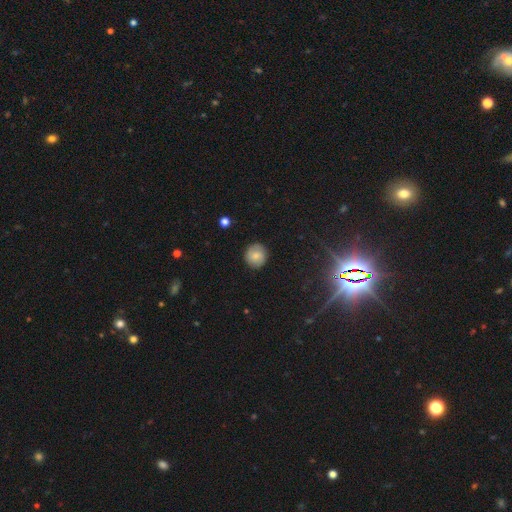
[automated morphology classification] Smooth or featured? Predicted: smooth (p=0.74). How rounded? Predicted: round (p=0.90). Merging? Predicted: none (p=0.88).